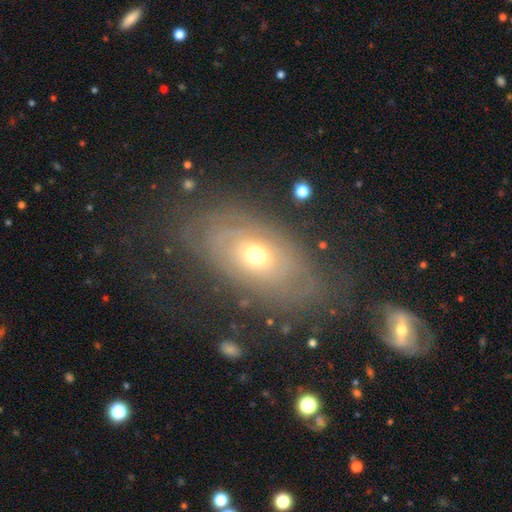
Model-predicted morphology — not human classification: smooth-or-featured: featured or disk: 71% | smooth: 21% | star or artifact: 8%
  disk-edge-on: no: 91% | yes: 9%
    bar: no: 87% | weak: 10% | strong: 3%
    has-spiral-arms: yes: 67% | no: 33%
    bulge-size: moderate: 65% | small: 27% | large: 6% | dominant: 1% | none: 1%
  merging: none: 74% | minor disturbance: 15% | major disturbance: 9% | merger: 2%